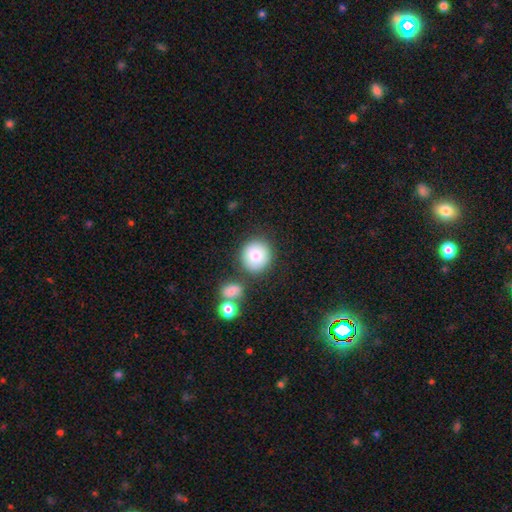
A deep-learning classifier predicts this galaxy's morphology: Q: Smooth or featured?
A: smooth (82%); runner-up: featured or disk (10%)
Q: How rounded?
A: round (90%); runner-up: in between (9%)
Q: Merging?
A: none (76%); runner-up: merger (10%)